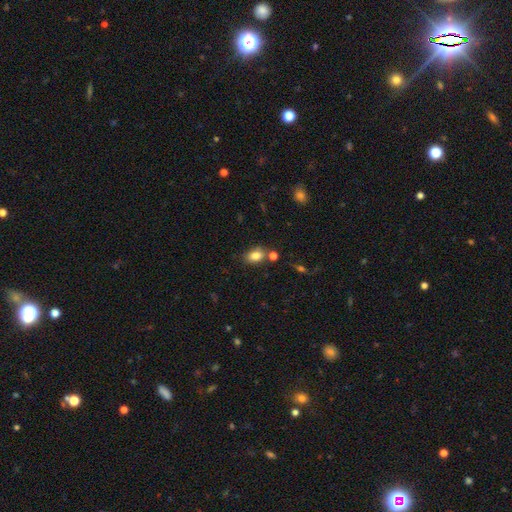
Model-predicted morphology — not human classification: Smooth or featured? smooth (83%)
How rounded? in between (81%)
Merging? none (70%)